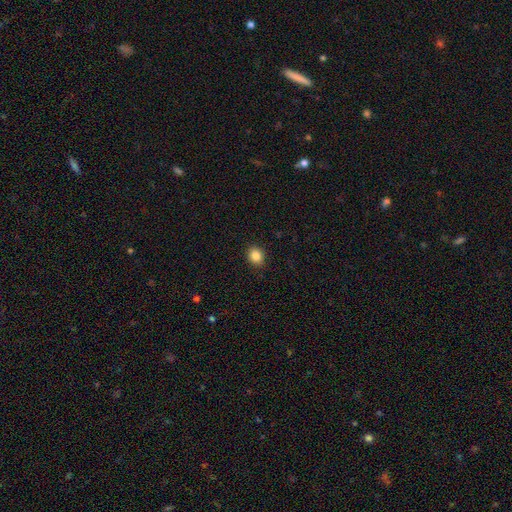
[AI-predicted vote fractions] This is clearly a smooth galaxy (86%). How rounded: likely round (67%). Merging: clearly none (91%).